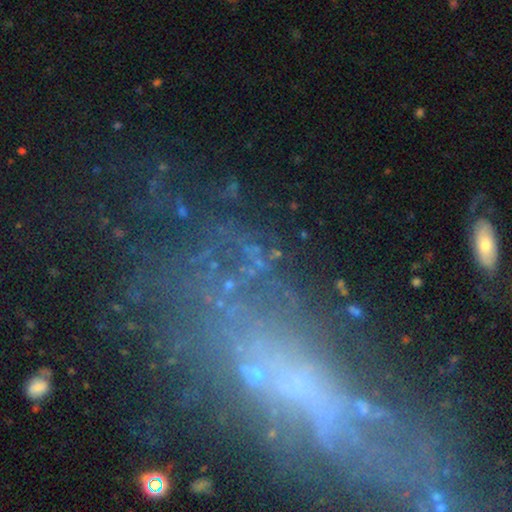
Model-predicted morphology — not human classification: Smooth or featured? Predicted: star or artifact (p=0.43).